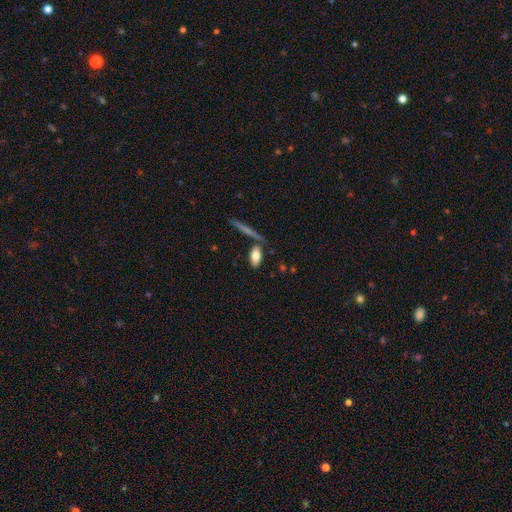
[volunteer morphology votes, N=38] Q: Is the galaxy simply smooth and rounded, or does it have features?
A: smooth — 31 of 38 (82%).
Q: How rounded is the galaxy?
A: in between — 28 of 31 (90%).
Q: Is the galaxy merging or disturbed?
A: none — 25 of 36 (69%).